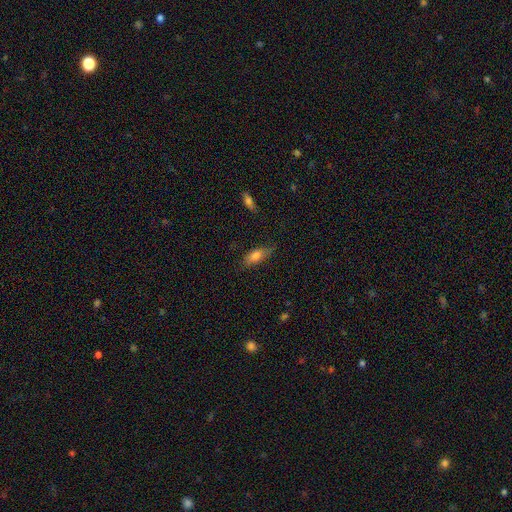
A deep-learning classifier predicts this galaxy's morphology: smooth-or-featured: smooth: 71% | featured or disk: 21% | star or artifact: 7%
  how-rounded: in between: 71% | cigar-shaped: 25% | round: 3%
  merging: none: 67% | minor disturbance: 25% | major disturbance: 6% | merger: 2%